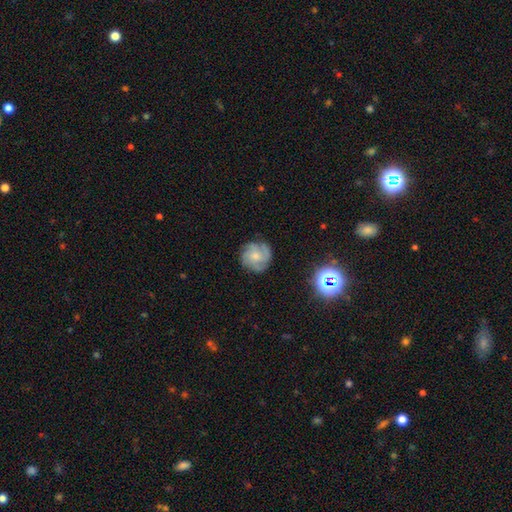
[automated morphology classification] A featured or disk galaxy (52%) with no bar (76%), spiral arms (83%) and a moderate central bulge (48%).

Vote fractions:
- Smooth or featured? featured or disk: 52% / smooth: 38% / star or artifact: 10%
- Edge-on disk? no: 97% / yes: 3%
- Bar? no: 76% / weak: 21% / strong: 3%
- Spiral arms? yes: 83% / no: 17%
- Bulge size? moderate: 48% / small: 40% / none: 7% / large: 4% / dominant: 1%
- Merging? none: 77% / minor disturbance: 16% / major disturbance: 5% / merger: 1%